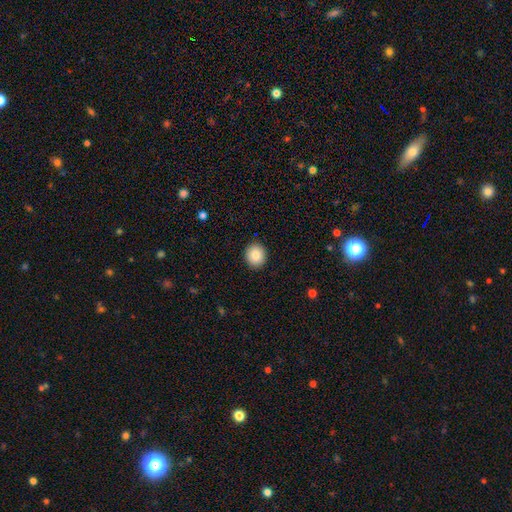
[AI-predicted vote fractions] A smooth galaxy with no disk features (86%) that is round (84%). Merging: none (92%).